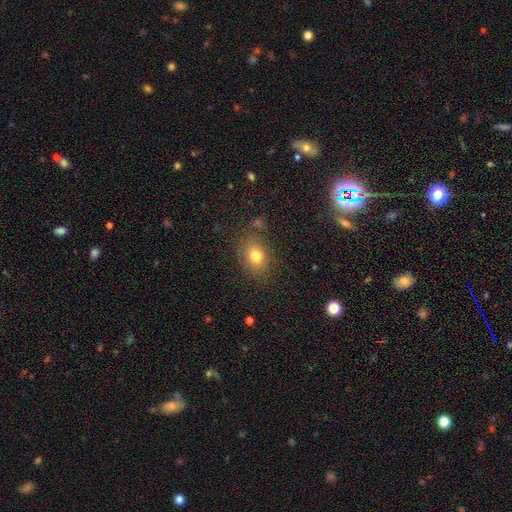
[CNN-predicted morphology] Smooth or featured? smooth (78%)
How rounded? in between (62%)
Merging? none (79%)